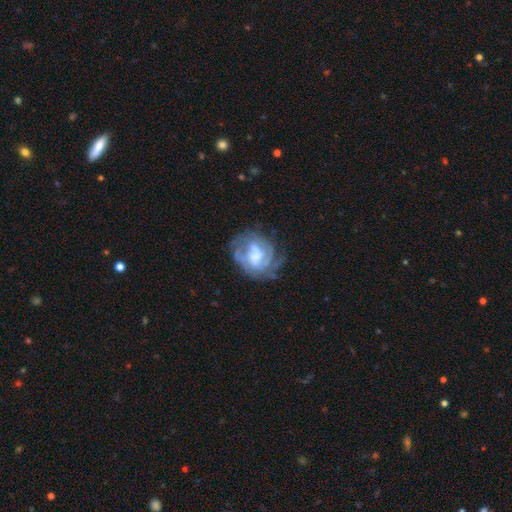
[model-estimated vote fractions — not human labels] A featured or disk galaxy (74%) with no bar (48%), tight (50%) spiral arms (78%) and a moderate central bulge (33%).

Vote fractions:
- Smooth or featured? featured or disk: 74% / smooth: 18% / star or artifact: 7%
- Edge-on disk? no: 98% / yes: 2%
- Bar? no: 48% / weak: 40% / strong: 13%
- Spiral arms? yes: 78% / no: 22%
- Spiral winding? tight: 50% / medium: 36% / loose: 14%
- Spiral arm count? can't tell: 43% / 2: 24% / 3: 16% / 1: 7% / 4: 6% / more than 4: 4%
- Bulge size? moderate: 33% / small: 25% / none: 21% / large: 19% / dominant: 2%
- Merging? none: 55% / minor disturbance: 23% / major disturbance: 20% / merger: 3%